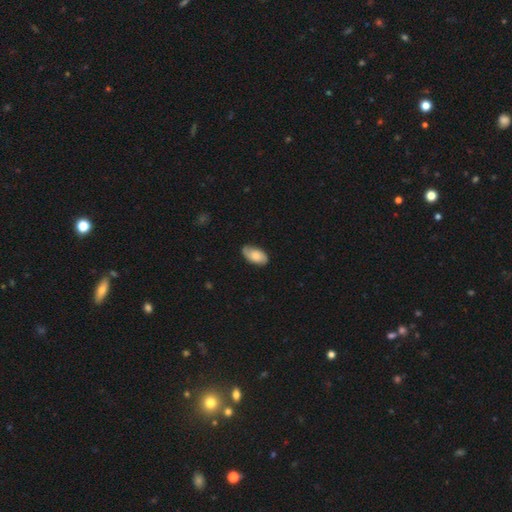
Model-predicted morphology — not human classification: This is possibly a smooth galaxy (57%). How rounded: clearly in between (94%). Merging: likely none (77%).